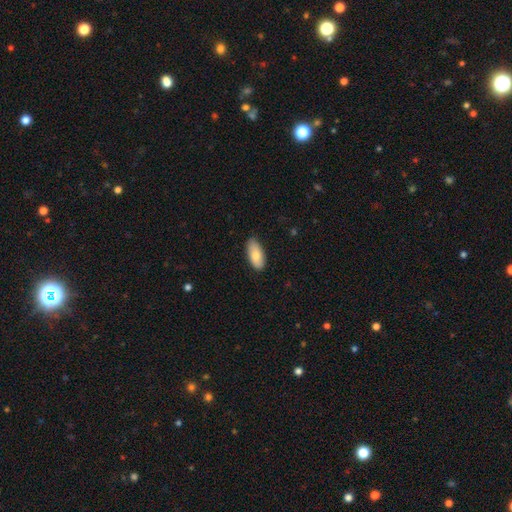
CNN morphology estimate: smooth 79%, featured or disk 15%, star or artifact 6%. Down the decision tree: how rounded — in between (90%); merging — none (85%).